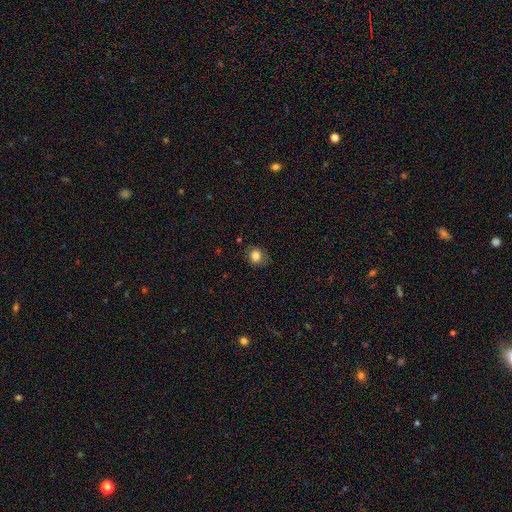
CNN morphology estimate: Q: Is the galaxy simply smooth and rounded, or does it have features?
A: smooth — 82%.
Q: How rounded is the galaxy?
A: round — 72%.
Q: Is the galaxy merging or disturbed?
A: none — 73%.